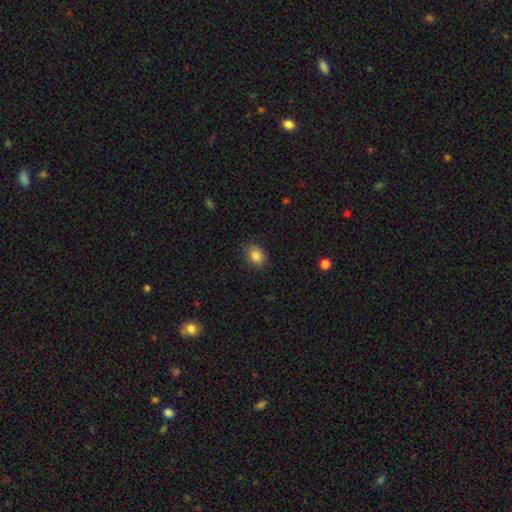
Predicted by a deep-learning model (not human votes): A smooth galaxy with no disk features (85%) that is in between round and cigar-shaped (53%). Merging: none (84%).